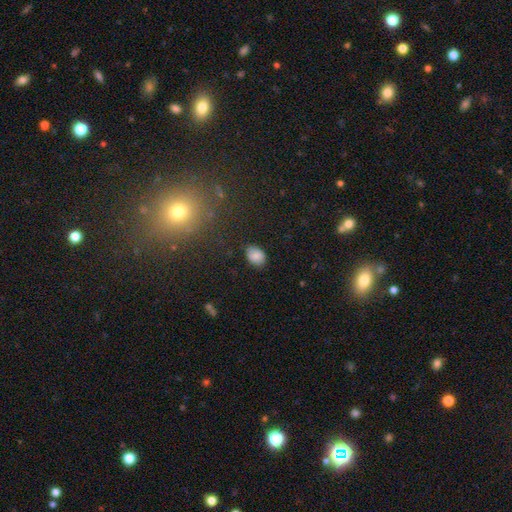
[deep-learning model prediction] The model was most divided on "how rounded": in between: 77%, round: 22%, cigar-shaped: 1%. More confident: merging — none (83%); smooth or featured — smooth (82%).